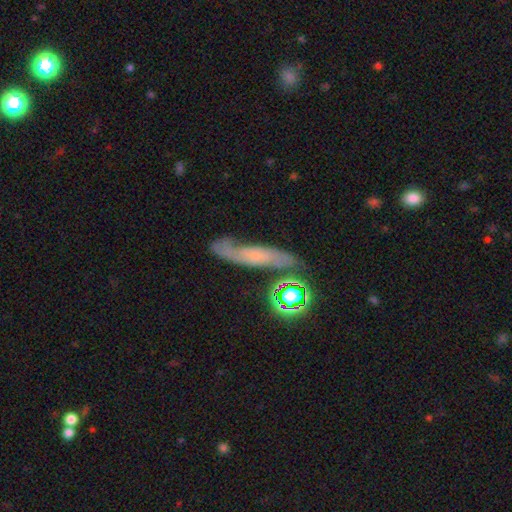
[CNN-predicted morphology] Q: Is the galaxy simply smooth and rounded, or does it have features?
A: featured or disk — 52%.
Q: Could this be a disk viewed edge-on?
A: no — 64%.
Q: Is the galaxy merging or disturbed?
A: none — 59%.